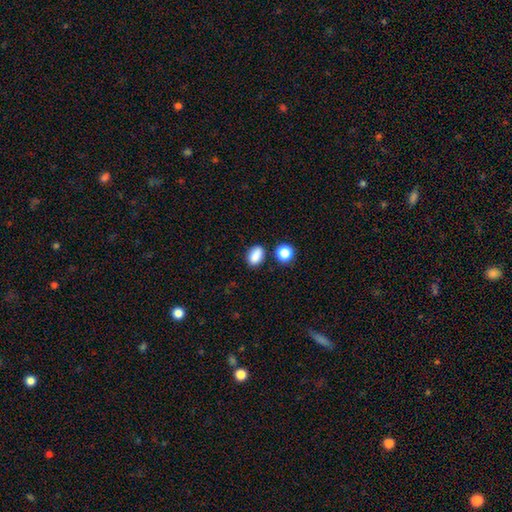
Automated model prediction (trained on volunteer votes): This appears to be a smooth galaxy with no disk features (86%) that is in between round and cigar-shaped (80%). Merging: none (74%).